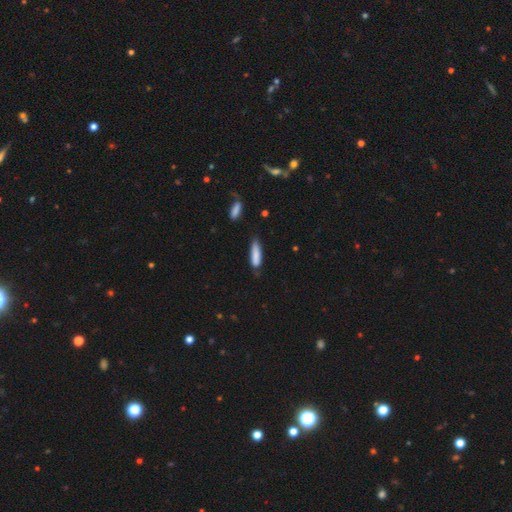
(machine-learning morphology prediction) Q: Smooth or featured?
A: smooth (84%); runner-up: featured or disk (10%)
Q: How rounded?
A: cigar-shaped (70%); runner-up: in between (29%)
Q: Merging?
A: none (64%); runner-up: minor disturbance (28%)